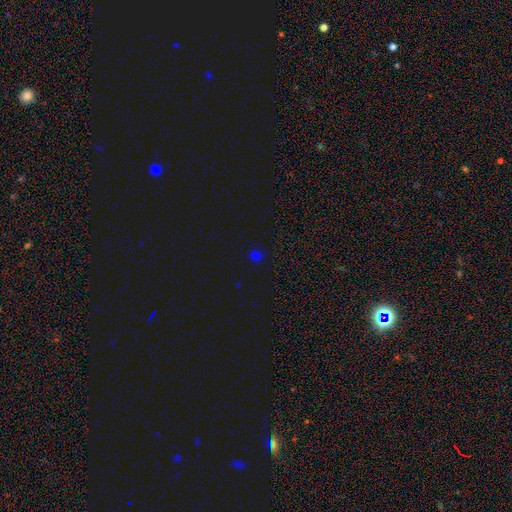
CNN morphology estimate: A smooth galaxy with no disk features (67%) that is round (90%).

Vote fractions:
- Smooth or featured? smooth: 67% / star or artifact: 29% / featured or disk: 4%
- How rounded? round: 90% / in between: 9% / cigar-shaped: 1%
- Merging? none: 90% / minor disturbance: 6% / major disturbance: 2% / merger: 2%